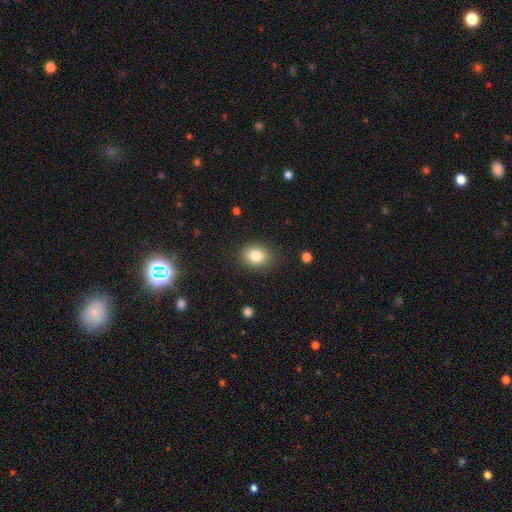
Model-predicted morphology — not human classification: This appears to be a smooth galaxy with no disk features (83%) that is round (52%). Merging: none (86%).